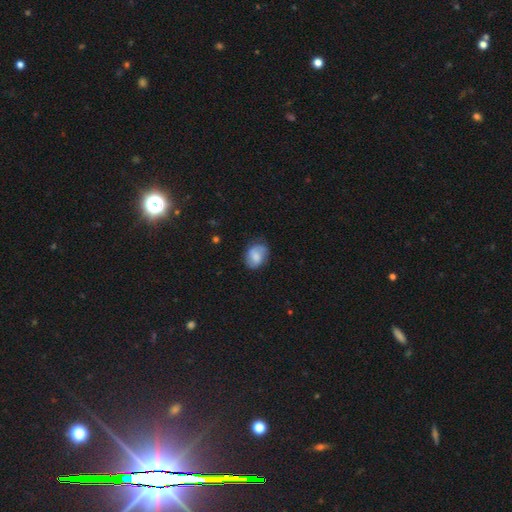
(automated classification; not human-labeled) smooth-or-featured: smooth: 61% | featured or disk: 31% | star or artifact: 8%
  how-rounded: in between: 66% | round: 33% | cigar-shaped: 1%
  merging: none: 64% | minor disturbance: 26% | major disturbance: 8% | merger: 2%